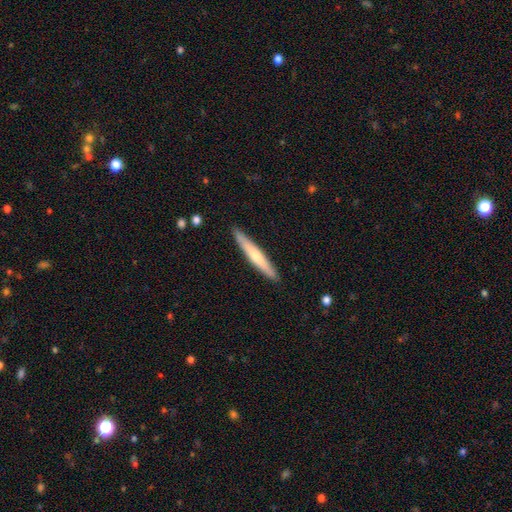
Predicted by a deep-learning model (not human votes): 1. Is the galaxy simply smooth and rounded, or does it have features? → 52% smooth, 43% featured or disk, 5% star or artifact.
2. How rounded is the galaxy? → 95% cigar-shaped, 4% in between, 1% round.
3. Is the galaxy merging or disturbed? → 91% none, 7% minor disturbance, 1% major disturbance, 1% merger.